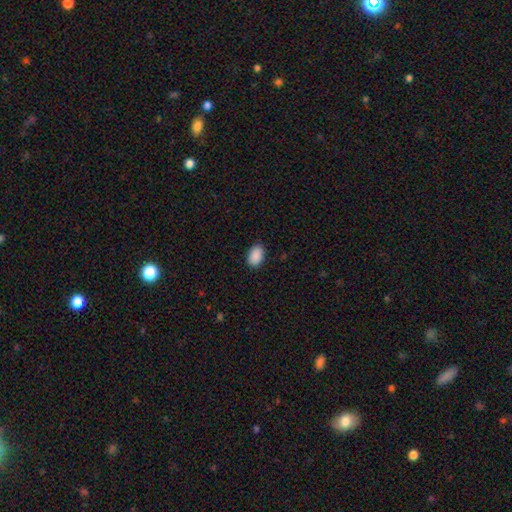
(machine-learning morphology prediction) smooth_or_featured: smooth (p=0.91) [alt: star or artifact p=0.07]
how_rounded: in between (p=0.89) [alt: round p=0.10]
merging: none (p=0.89) [alt: minor disturbance p=0.08]